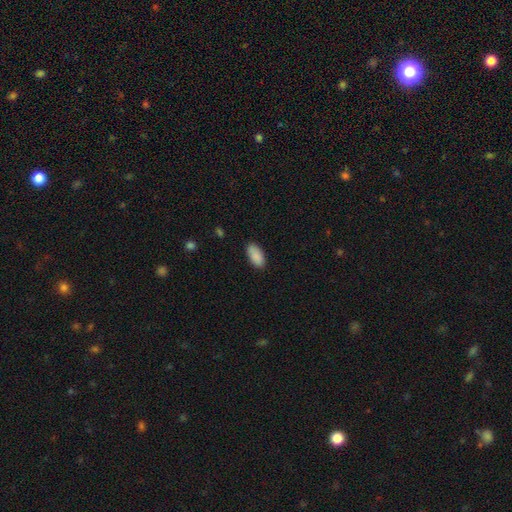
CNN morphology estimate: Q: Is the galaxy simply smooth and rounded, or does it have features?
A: smooth — 89%.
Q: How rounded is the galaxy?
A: in between — 93%.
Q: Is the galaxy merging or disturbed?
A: none — 86%.